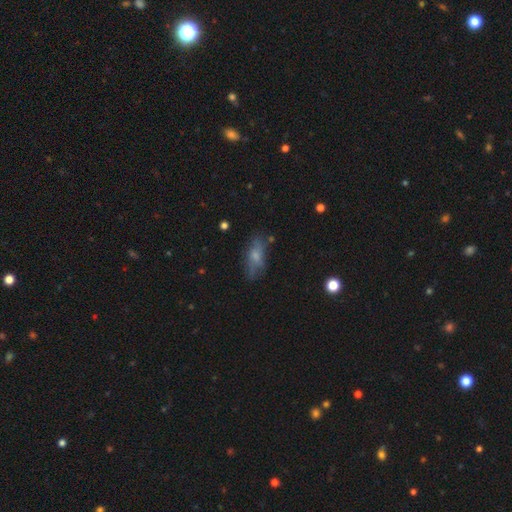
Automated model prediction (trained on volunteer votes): Smooth or featured: smooth — 58% (featured or disk — 32%)
How rounded: in between — 72% (cigar-shaped — 24%)
Merging: none — 62% (minor disturbance — 24%)